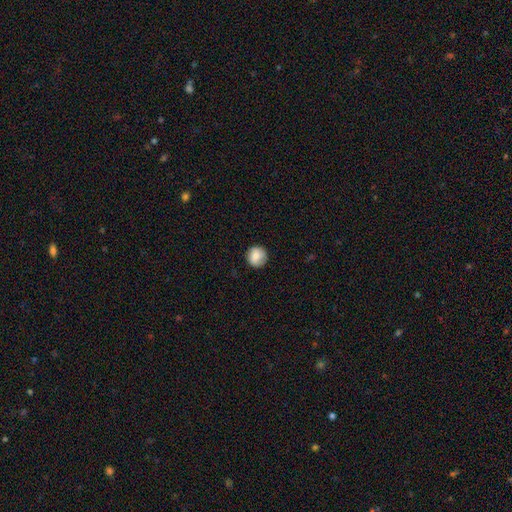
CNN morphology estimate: smooth-or-featured: smooth: 81% | featured or disk: 11% | star or artifact: 8%
  how-rounded: round: 93% | in between: 6% | cigar-shaped: 1%
  merging: none: 84% | minor disturbance: 12% | major disturbance: 3% | merger: 1%